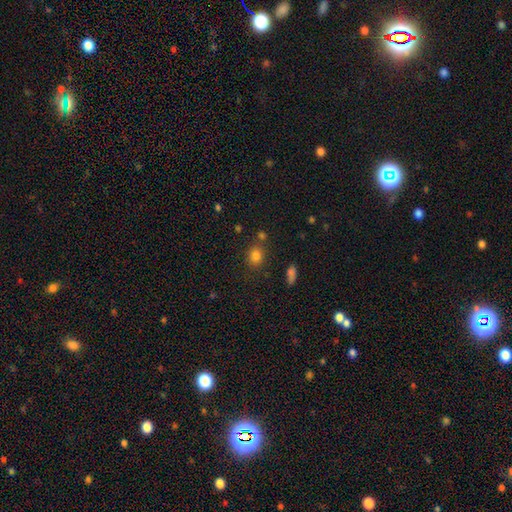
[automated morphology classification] Smooth or featured? smooth (80%)
How rounded? round (58%)
Merging? none (74%)